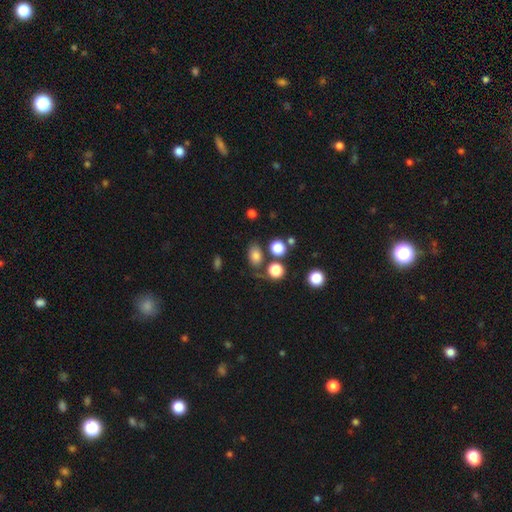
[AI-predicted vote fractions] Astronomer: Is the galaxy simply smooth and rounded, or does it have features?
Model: smooth — 78%.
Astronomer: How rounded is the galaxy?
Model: in between — 70%.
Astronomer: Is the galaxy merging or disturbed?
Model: none — 68%.